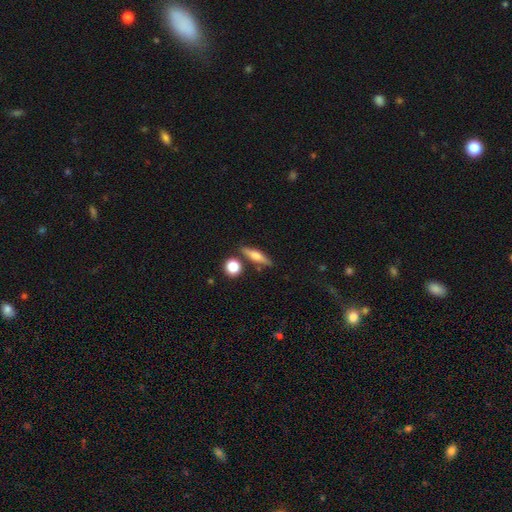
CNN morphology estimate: Smooth or featured?
  - smooth: 49% *
  - featured or disk: 43%
  - star or artifact: 8%
Merging?
  - none: 79% *
  - minor disturbance: 10%
  - merger: 7%
  - major disturbance: 3%